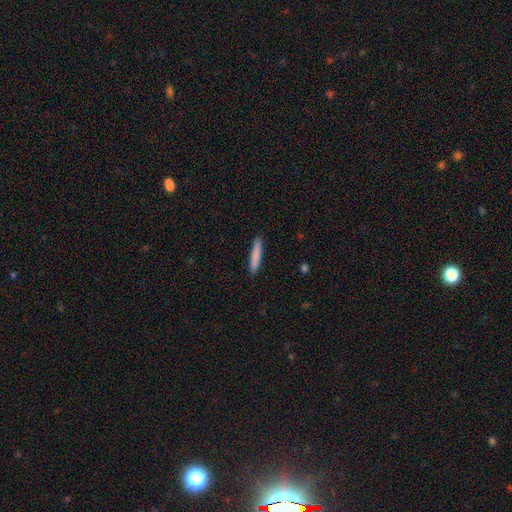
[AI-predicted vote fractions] A smooth galaxy with no disk features (82%) that is cigar-shaped (94%). Merging: none (90%).